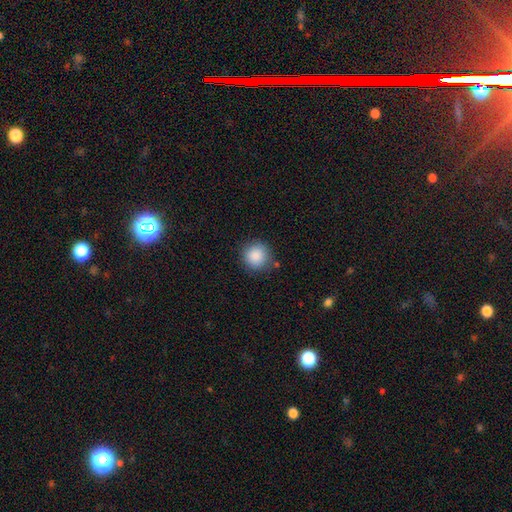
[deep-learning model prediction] smooth-or-featured: smooth: 88% | star or artifact: 8% | featured or disk: 3%
  how-rounded: round: 93% | in between: 6% | cigar-shaped: 1%
  merging: none: 85% | minor disturbance: 10% | major disturbance: 3% | merger: 3%